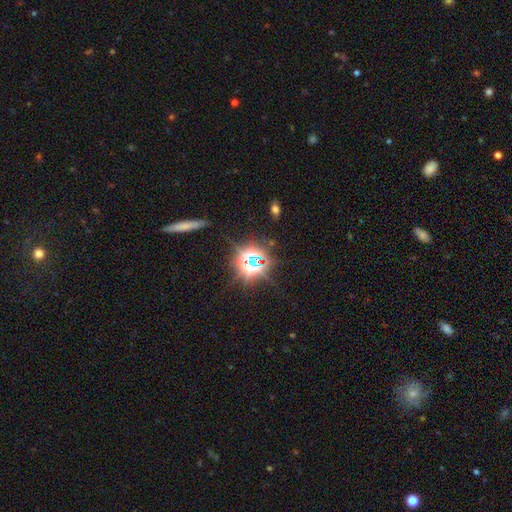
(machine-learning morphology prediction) A star or artifact, not a galaxy (77%).